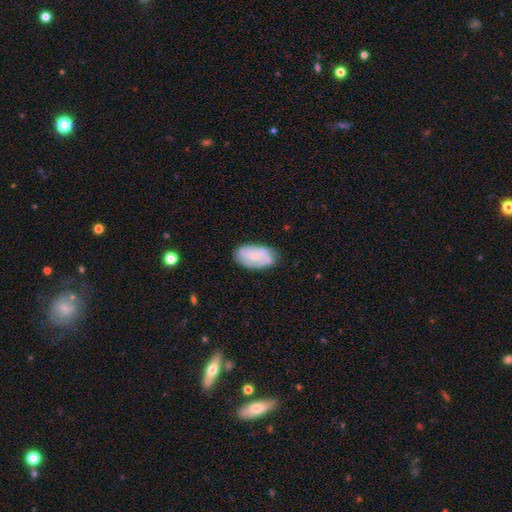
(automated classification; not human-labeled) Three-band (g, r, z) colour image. It shows a featured or disk galaxy (48%). Merging: none (65%).